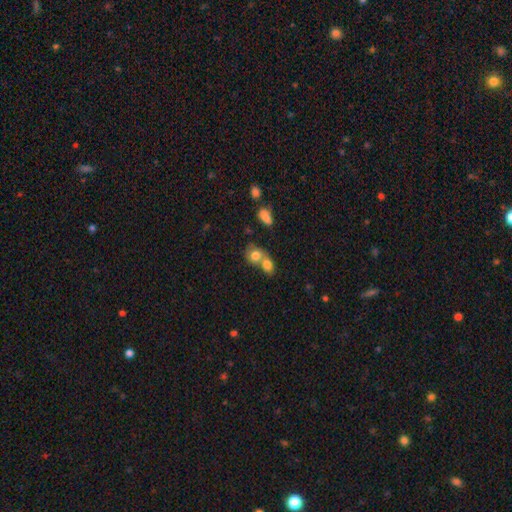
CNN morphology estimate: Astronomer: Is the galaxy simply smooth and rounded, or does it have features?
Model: smooth — 78%.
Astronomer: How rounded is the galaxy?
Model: round — 58% (runner-up: in between, 40%).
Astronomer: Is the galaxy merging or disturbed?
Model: merger — 67%.